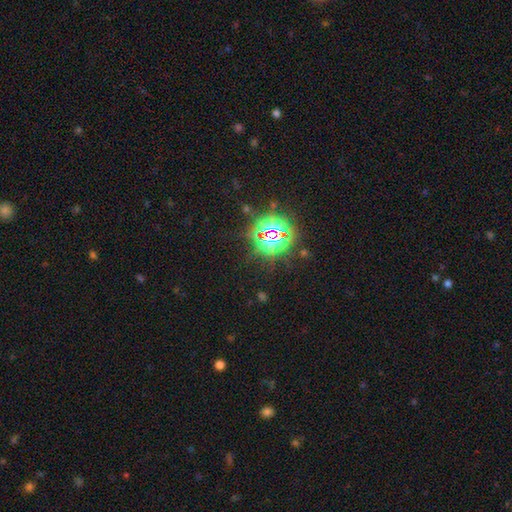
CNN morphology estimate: smooth-or-featured: star or artifact: 85% | smooth: 9% | featured or disk: 6%